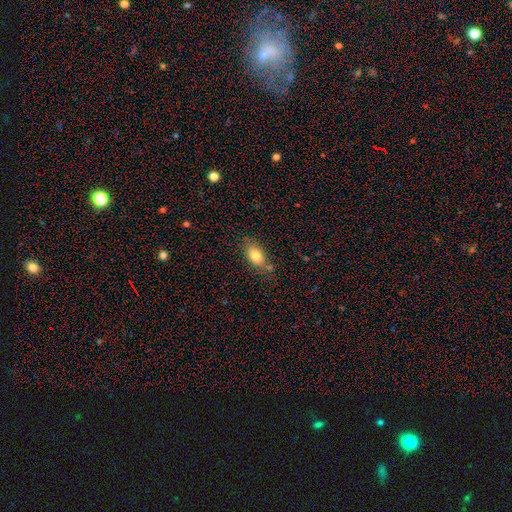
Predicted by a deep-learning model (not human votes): Smooth or featured? Predicted: smooth (p=0.79). How rounded? Predicted: in between (p=0.86). Merging? Predicted: none (p=0.70).